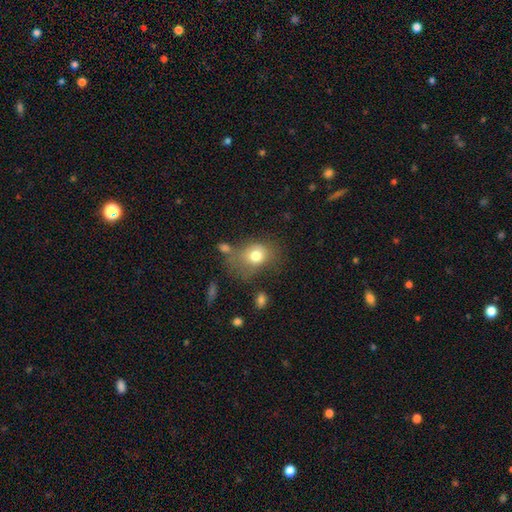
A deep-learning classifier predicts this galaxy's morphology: Q: Smooth or featured?
A: smooth (76%); runner-up: featured or disk (14%)
Q: How rounded?
A: round (50%); runner-up: in between (49%)
Q: Merging?
A: none (43%); runner-up: minor disturbance (26%)